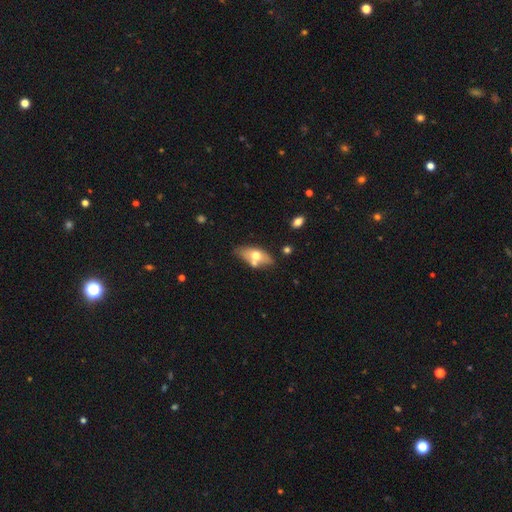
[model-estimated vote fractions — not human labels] Overall: smooth (57%; featured or disk 36%). How rounded: in between (83%). Merging: none (58%; merger 20%).